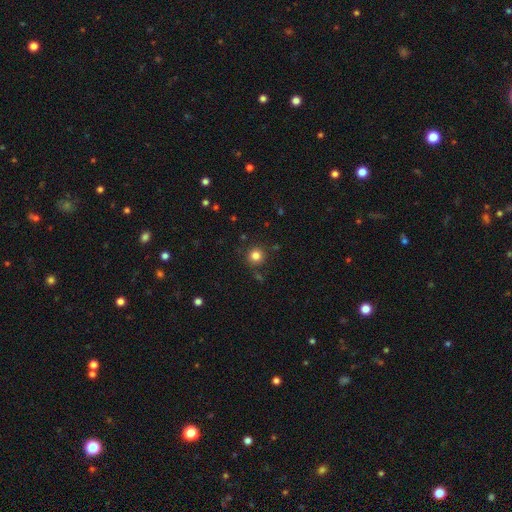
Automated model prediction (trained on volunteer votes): The model was most divided on "smooth or featured": smooth: 82%, star or artifact: 13%, featured or disk: 5%. More confident: how rounded — round (94%); merging — none (87%).